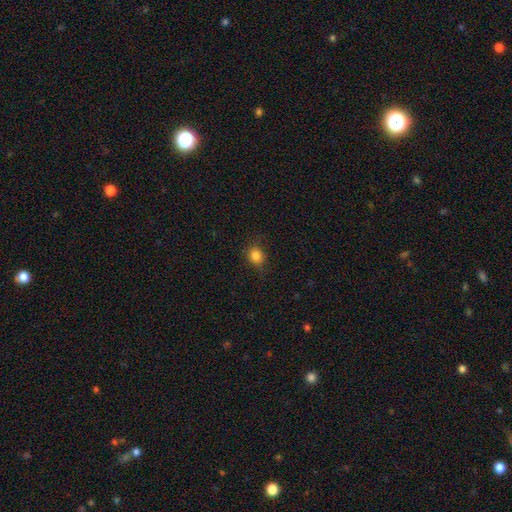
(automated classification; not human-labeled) A smooth galaxy with no disk features (83%) that is round (66%). Merging: none (80%).